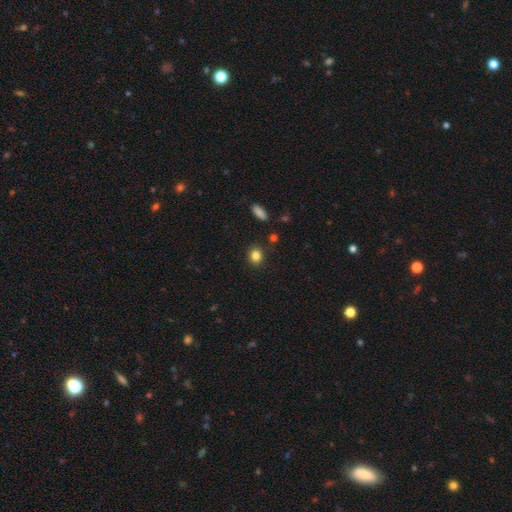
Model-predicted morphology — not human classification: Smooth or featured: smooth — 84% (star or artifact — 11%)
How rounded: round — 74% (in between — 25%)
Merging: none — 87% (minor disturbance — 8%)